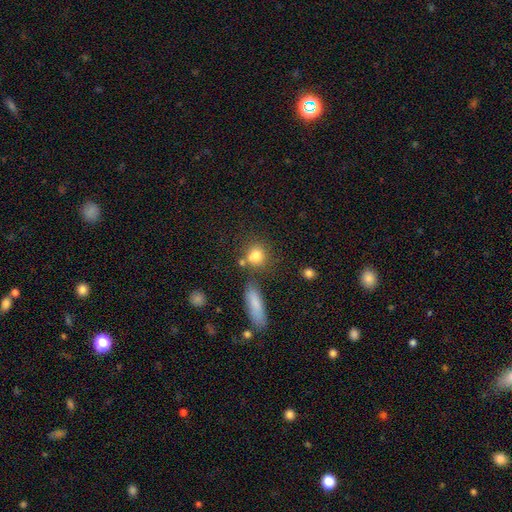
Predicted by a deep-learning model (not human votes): Overall: smooth (80%). How rounded: round (74%). Merging: none (65%).